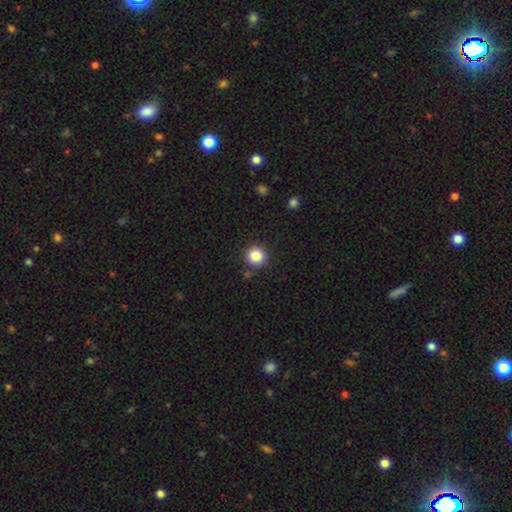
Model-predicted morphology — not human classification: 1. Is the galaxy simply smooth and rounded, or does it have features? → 85% smooth, 10% star or artifact, 4% featured or disk.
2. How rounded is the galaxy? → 93% round, 6% in between, 1% cigar-shaped.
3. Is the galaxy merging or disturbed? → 88% none, 7% minor disturbance, 3% merger, 2% major disturbance.